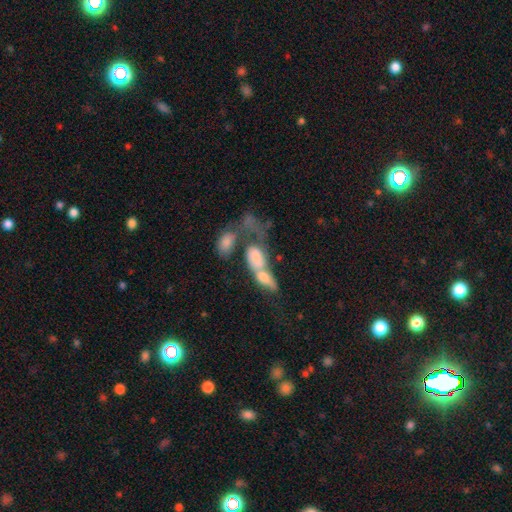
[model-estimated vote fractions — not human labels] Smooth or featured: smooth — 62% (featured or disk — 29%)
How rounded: in between — 83% (cigar-shaped — 11%)
Merging: merger — 68% (major disturbance — 13%)